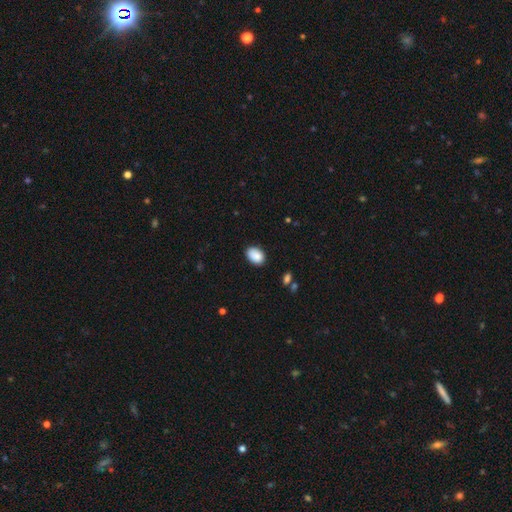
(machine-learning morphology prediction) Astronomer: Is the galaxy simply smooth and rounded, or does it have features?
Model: smooth — 89%.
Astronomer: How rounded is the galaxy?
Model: in between — 85%.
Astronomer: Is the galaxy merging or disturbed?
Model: none — 83%.